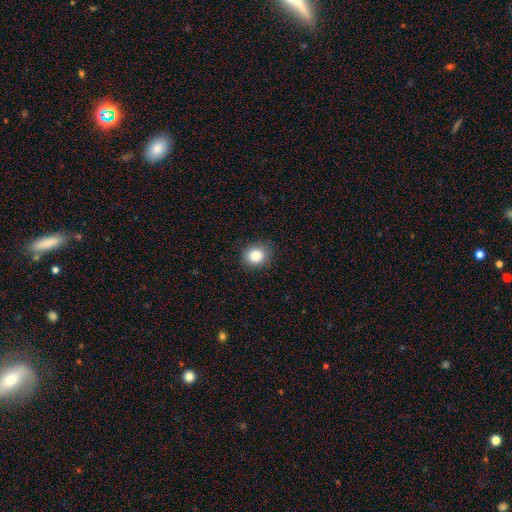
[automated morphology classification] This is clearly a smooth galaxy (84%). How rounded: likely round (68%). Merging: clearly none (86%).